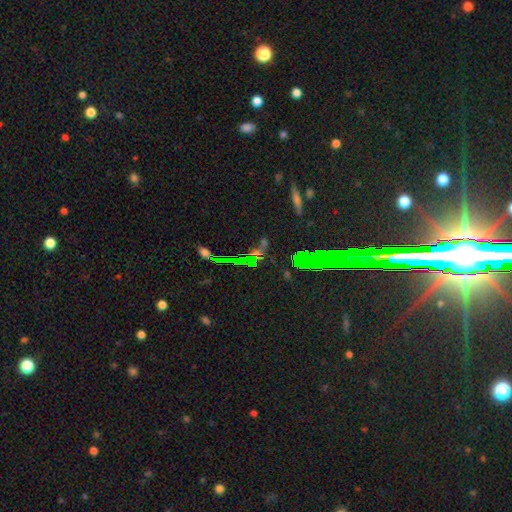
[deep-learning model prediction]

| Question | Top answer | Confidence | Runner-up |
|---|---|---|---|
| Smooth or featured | star or artifact | 66% | smooth (19%) |